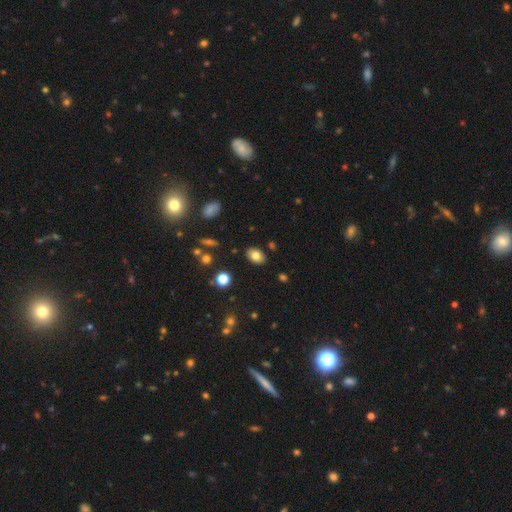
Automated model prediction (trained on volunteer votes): Q: Smooth or featured?
A: smooth (79%); runner-up: featured or disk (11%)
Q: How rounded?
A: in between (83%); runner-up: round (16%)
Q: Merging?
A: none (86%); runner-up: minor disturbance (10%)